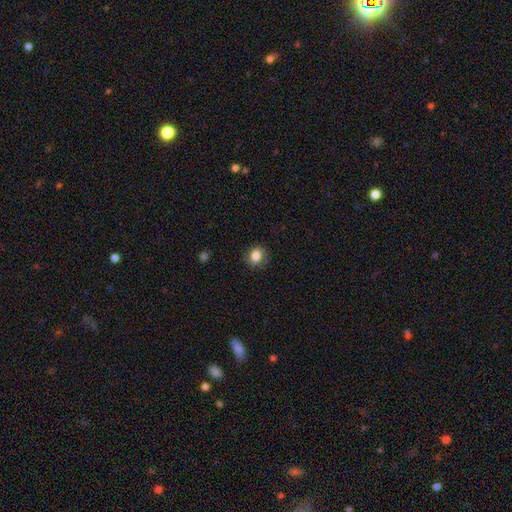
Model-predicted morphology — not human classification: This is clearly a smooth galaxy (82%). How rounded: possibly round (60%). Merging: clearly none (83%).